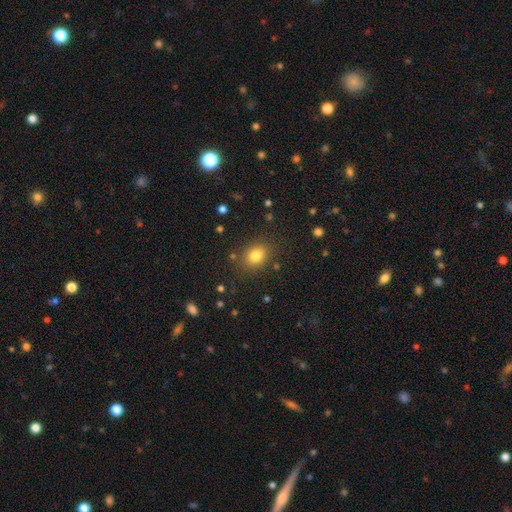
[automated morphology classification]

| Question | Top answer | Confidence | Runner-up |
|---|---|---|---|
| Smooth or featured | smooth | 80% | star or artifact (13%) |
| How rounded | in between | 50% | round (49%) |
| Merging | none | 82% | minor disturbance (11%) |